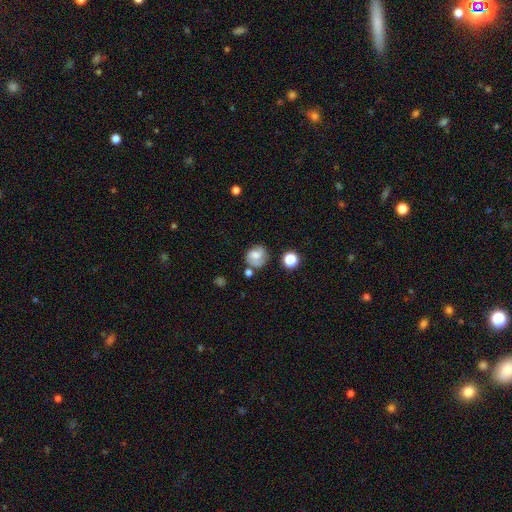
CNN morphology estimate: A featured or disk galaxy (47%). Merging: none (62%).